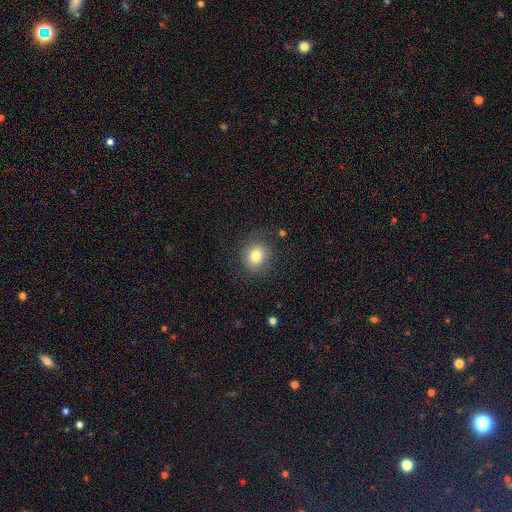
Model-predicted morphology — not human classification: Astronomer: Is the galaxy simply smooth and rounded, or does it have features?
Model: smooth — 78%.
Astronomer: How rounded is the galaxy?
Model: round — 70%.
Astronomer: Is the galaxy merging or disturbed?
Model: none — 77%.